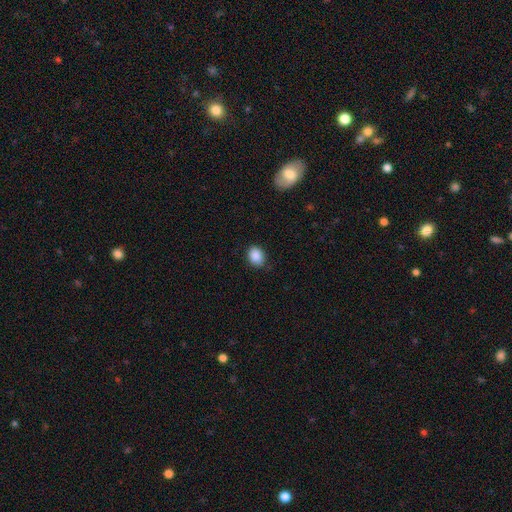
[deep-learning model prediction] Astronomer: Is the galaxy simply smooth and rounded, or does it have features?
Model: smooth — 89%.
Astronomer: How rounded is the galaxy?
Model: in between — 54% (runner-up: round, 45%).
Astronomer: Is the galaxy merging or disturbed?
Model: none — 83%.